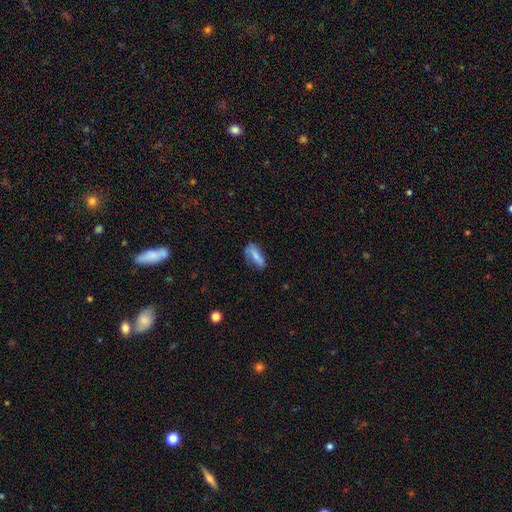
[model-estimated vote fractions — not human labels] Morphology: type=smooth (68%); roundness=in between (66%); merging=none (69%).